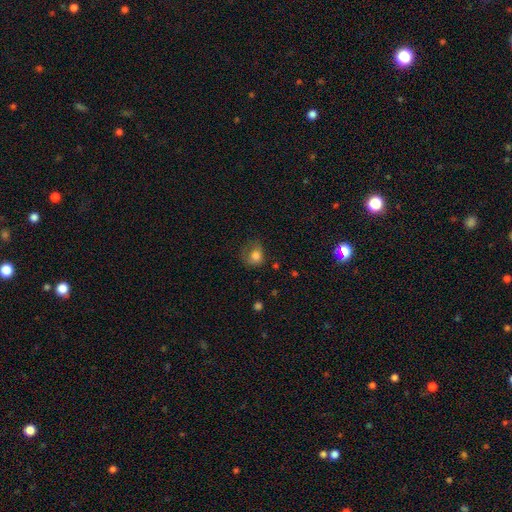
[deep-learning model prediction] Smooth or featured? smooth (77%)
How rounded? round (57%)
Merging? none (40%)